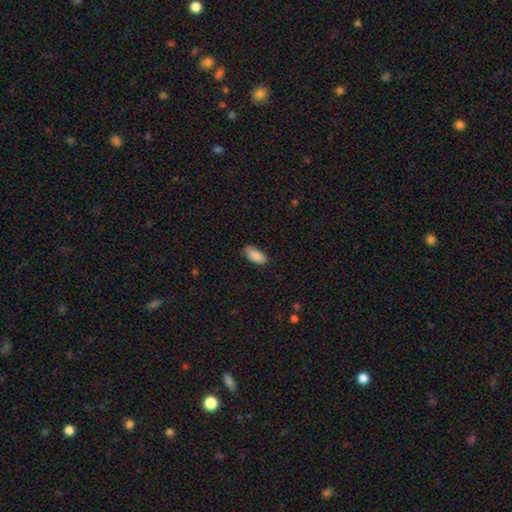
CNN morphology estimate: Overall: smooth (89%). How rounded: in between (91%). Merging: none (82%).